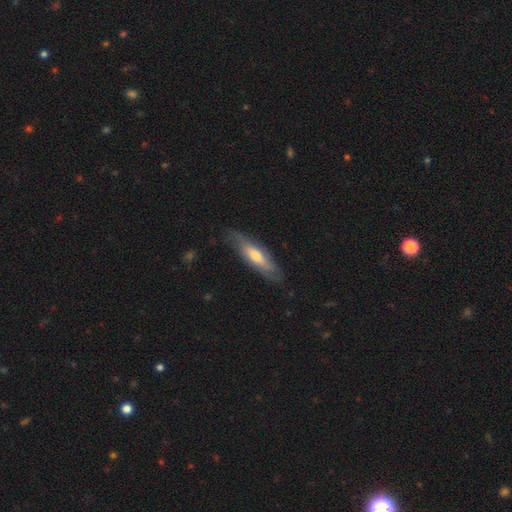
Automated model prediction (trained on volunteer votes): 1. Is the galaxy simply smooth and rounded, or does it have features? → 48% smooth, 46% featured or disk, 6% star or artifact.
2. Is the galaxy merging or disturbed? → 78% none, 17% minor disturbance, 4% major disturbance, 1% merger.